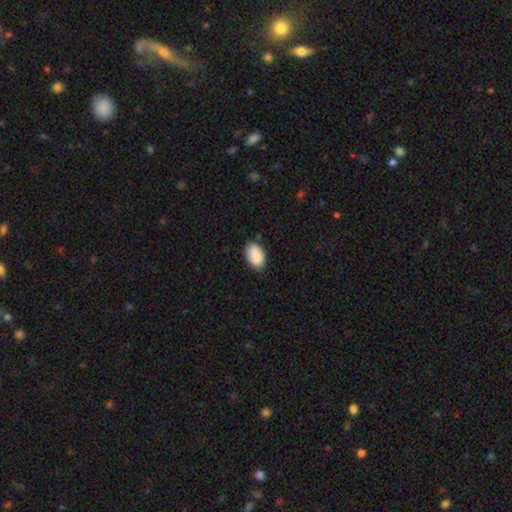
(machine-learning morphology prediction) Smooth or featured?
  - smooth: 88% *
  - star or artifact: 6%
  - featured or disk: 6%
How rounded?
  - in between: 92% *
  - round: 7%
  - cigar-shaped: 1%
Merging?
  - none: 81% *
  - minor disturbance: 15%
  - major disturbance: 3%
  - merger: 1%